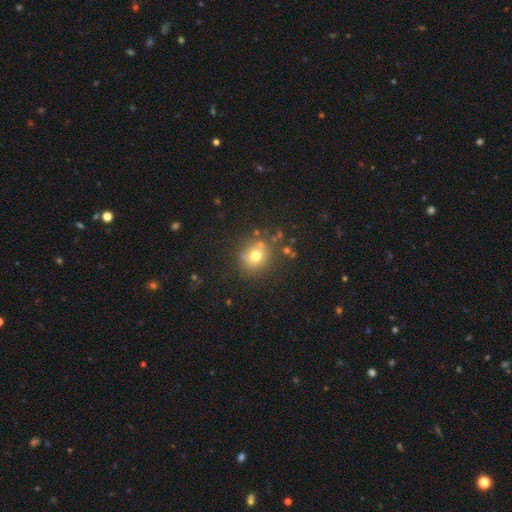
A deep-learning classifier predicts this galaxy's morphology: The model was most divided on "smooth or featured": smooth: 71%, star or artifact: 16%, featured or disk: 13%. More confident: how rounded — round (80%); merging — none (74%).